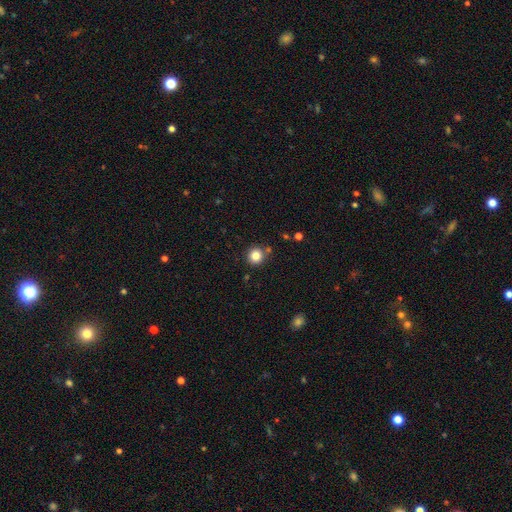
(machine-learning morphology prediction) A smooth galaxy with no disk features (83%) that is round (92%). Merging: none (83%).